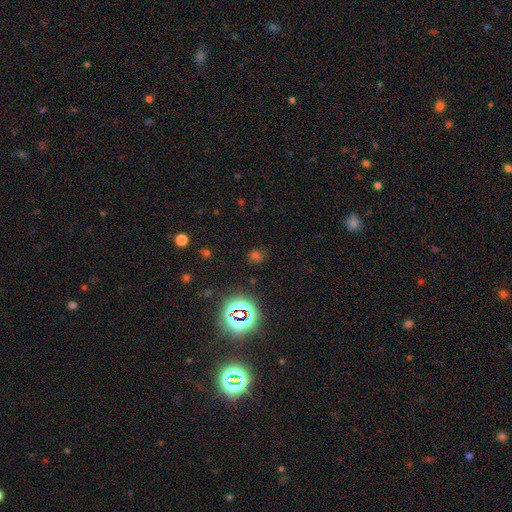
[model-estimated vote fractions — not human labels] Smooth or featured?
  - star or artifact: 54% *
  - smooth: 39%
  - featured or disk: 7%